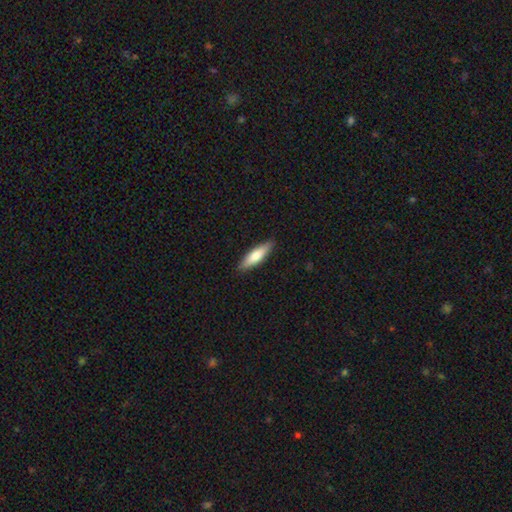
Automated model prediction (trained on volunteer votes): A smooth galaxy with no disk features (70%) that is cigar-shaped (66%). Merging: none (89%).